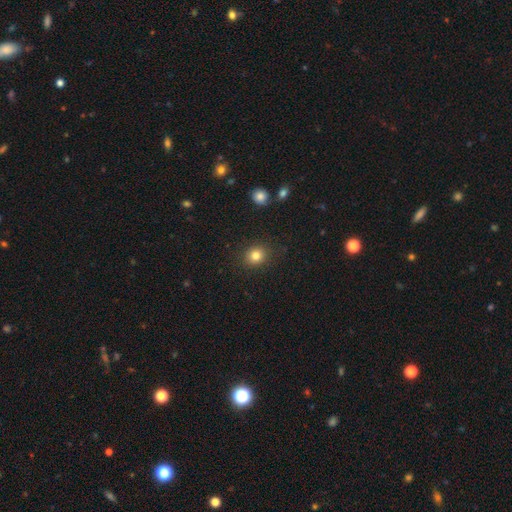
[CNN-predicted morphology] This is clearly a smooth galaxy (82%). How rounded: likely round (77%). Merging: clearly none (88%).